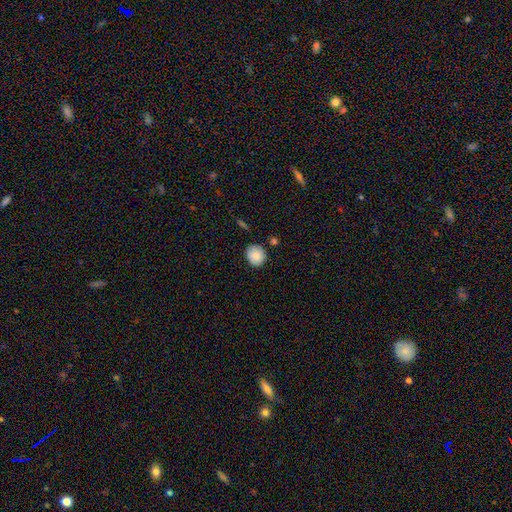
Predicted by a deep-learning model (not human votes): A smooth galaxy with no disk features (85%) that is round (82%).

Vote fractions:
- Smooth or featured? smooth: 85% / star or artifact: 8% / featured or disk: 7%
- How rounded? round: 82% / in between: 17% / cigar-shaped: 1%
- Merging? none: 82% / minor disturbance: 12% / merger: 3% / major disturbance: 2%